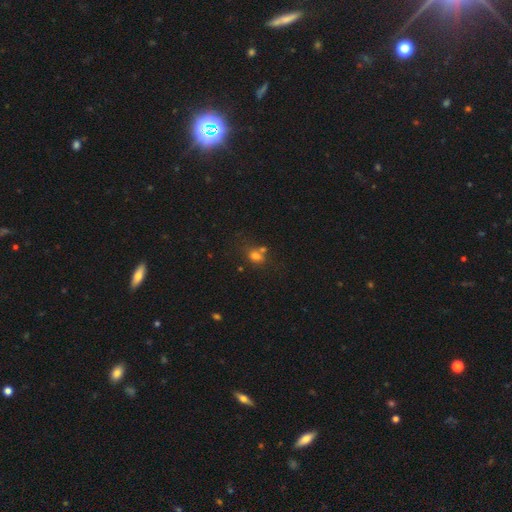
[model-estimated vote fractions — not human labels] Smooth or featured?
  - smooth: 71% *
  - star or artifact: 18%
  - featured or disk: 11%
How rounded?
  - in between: 52% *
  - round: 46%
  - cigar-shaped: 2%
Merging?
  - none: 48% *
  - merger: 32%
  - minor disturbance: 14%
  - major disturbance: 6%